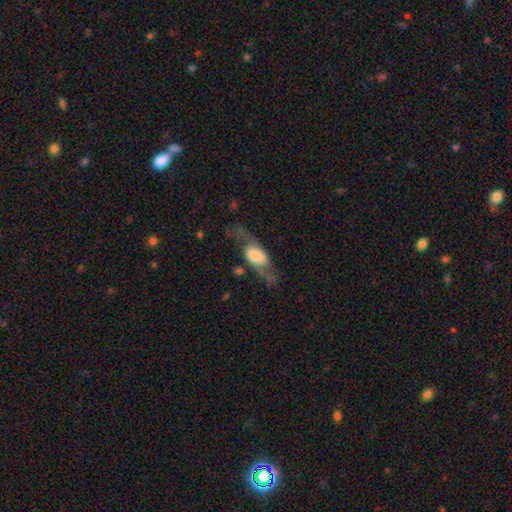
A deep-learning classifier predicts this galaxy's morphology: type=featured or disk (66%); edge-on=no (81%); bar=no (46%); spiral arms=yes (83%); bulge=large (45%); merging=none (63%).